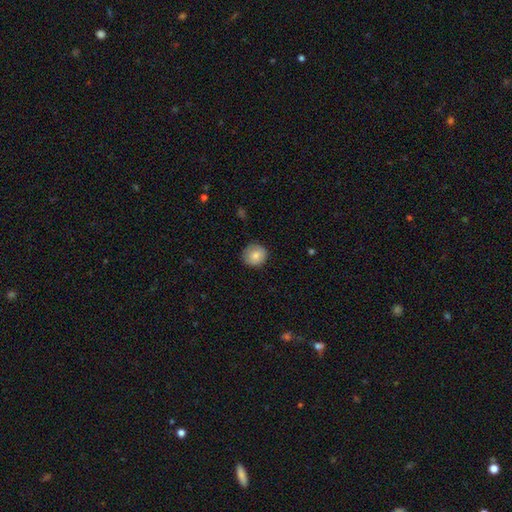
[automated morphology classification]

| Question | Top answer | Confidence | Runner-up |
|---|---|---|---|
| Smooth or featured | smooth | 81% | featured or disk (11%) |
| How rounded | round | 87% | in between (12%) |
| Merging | none | 83% | minor disturbance (13%) |